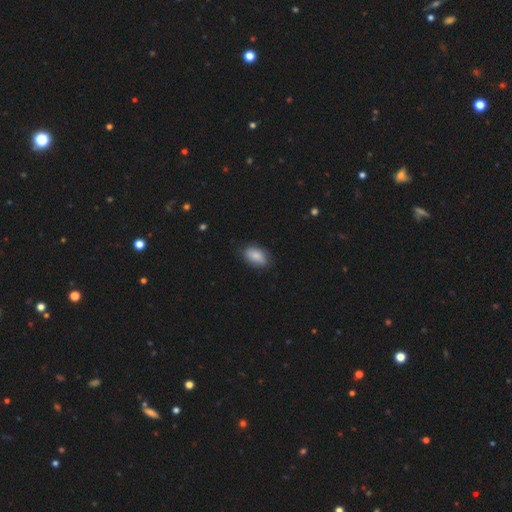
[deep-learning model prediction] smooth_or_featured: smooth (p=0.85) [alt: featured or disk p=0.08]
how_rounded: in between (p=0.92) [alt: round p=0.06]
merging: none (p=0.81) [alt: minor disturbance p=0.15]